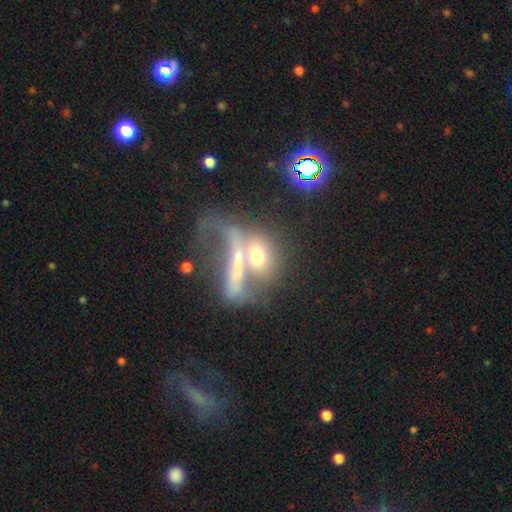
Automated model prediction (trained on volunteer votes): smooth_or_featured: smooth (p=0.46) [alt: featured or disk p=0.38]
merging: merger (p=0.50) [alt: major disturbance p=0.21]